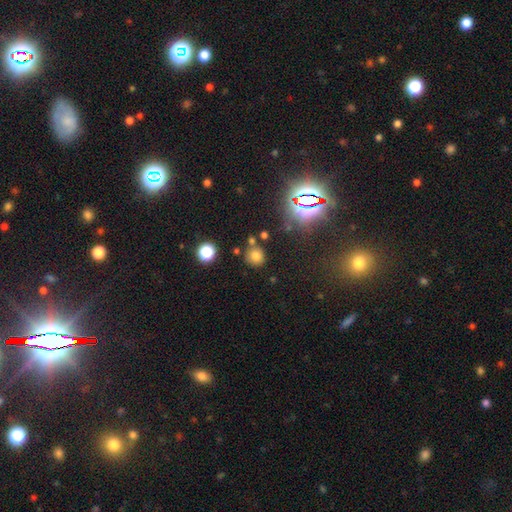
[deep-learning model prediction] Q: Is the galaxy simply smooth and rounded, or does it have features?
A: smooth — 71%.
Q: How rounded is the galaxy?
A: round — 89%.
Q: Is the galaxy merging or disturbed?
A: none — 76%.